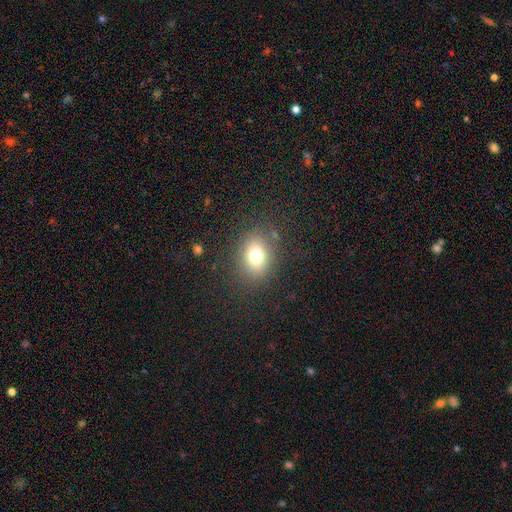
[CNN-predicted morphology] Smooth or featured?
  - smooth: 75% *
  - star or artifact: 13%
  - featured or disk: 12%
How rounded?
  - in between: 55% *
  - round: 44%
  - cigar-shaped: 1%
Merging?
  - none: 82% *
  - minor disturbance: 11%
  - major disturbance: 5%
  - merger: 2%